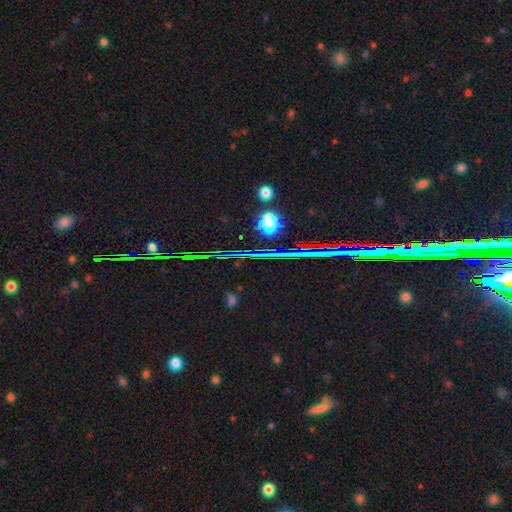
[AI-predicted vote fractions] The model was most divided on "smooth or featured": star or artifact: 84%, featured or disk: 8%, smooth: 8%.